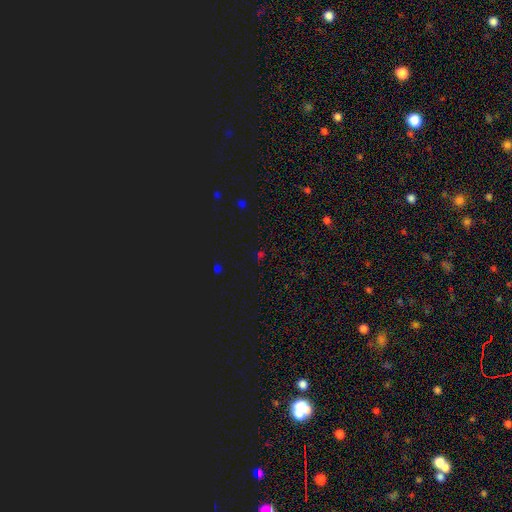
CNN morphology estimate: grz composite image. It shows a star or artifact, not a galaxy (66%).